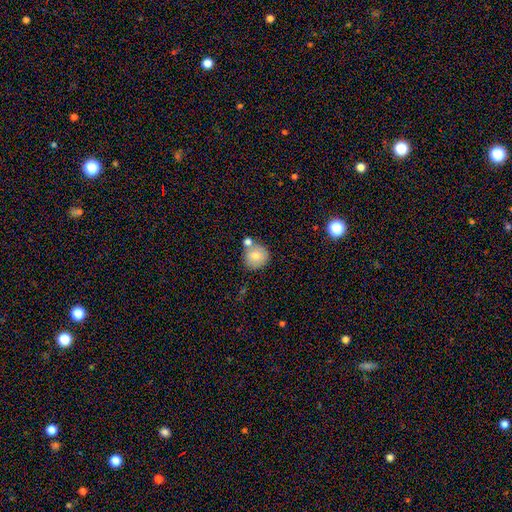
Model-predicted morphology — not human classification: Smooth or featured? Predicted: smooth (p=0.78). How rounded? Predicted: round (p=0.87). Merging? Predicted: none (p=0.59).